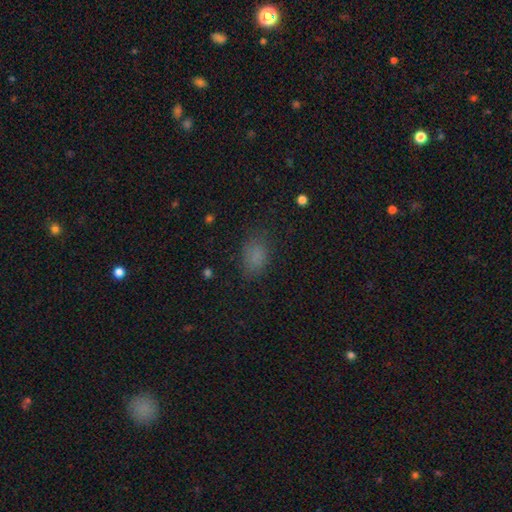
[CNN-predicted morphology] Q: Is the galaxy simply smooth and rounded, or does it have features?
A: smooth — 78%.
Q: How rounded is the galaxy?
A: in between — 81%.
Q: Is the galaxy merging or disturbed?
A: none — 73%.